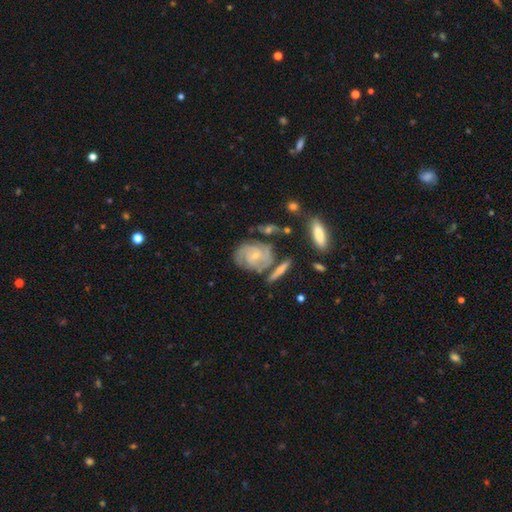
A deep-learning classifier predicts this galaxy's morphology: This appears to be a featured or disk galaxy (80%) with no bar (59%), 2 (38%) tight (63%) spiral arms (94%) and a small central bulge (69%). Merging: none (59%).